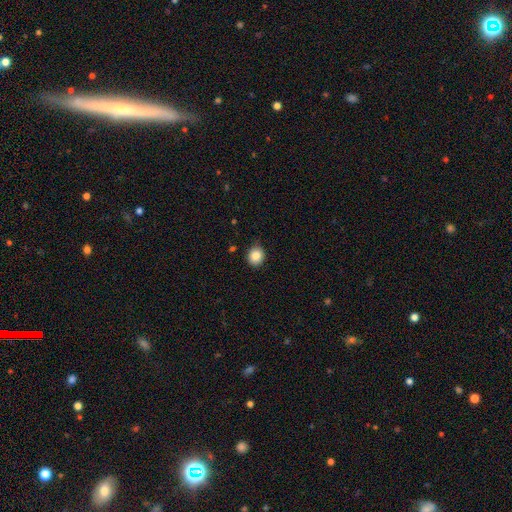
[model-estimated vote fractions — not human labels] Morphology: type=smooth (85%); roundness=round (79%); merging=none (86%).